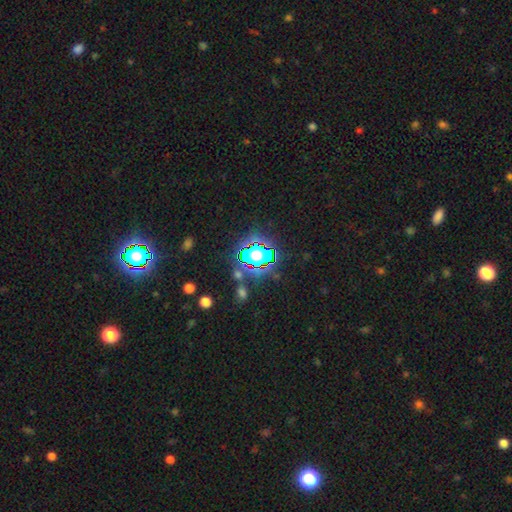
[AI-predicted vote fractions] This is likely a star or artifact rather than a galaxy (62%).